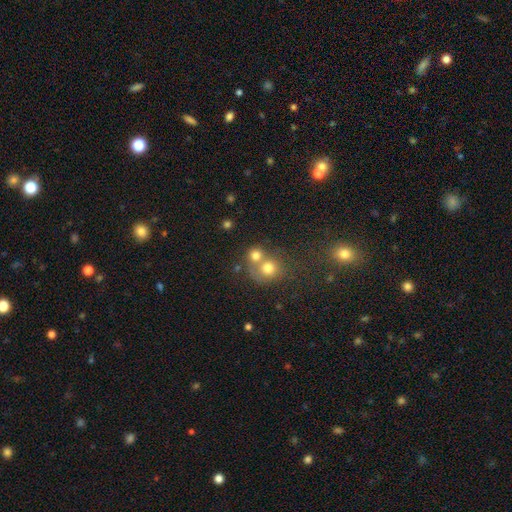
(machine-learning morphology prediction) A smooth galaxy with no disk features (74%) that is round (83%).

Vote fractions:
- Smooth or featured? smooth: 74% / featured or disk: 14% / star or artifact: 12%
- How rounded? round: 83% / in between: 16% / cigar-shaped: 1%
- Merging? merger: 52% / none: 38% / minor disturbance: 6% / major disturbance: 4%